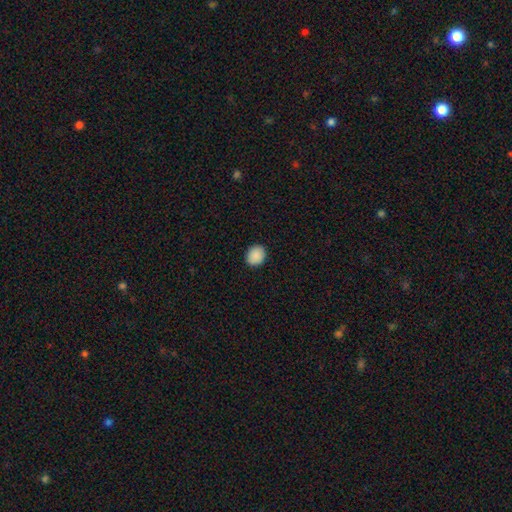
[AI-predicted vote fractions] Smooth or featured: smooth — 90% (star or artifact — 8%)
How rounded: round — 63% (in between — 36%)
Merging: none — 91% (minor disturbance — 7%)